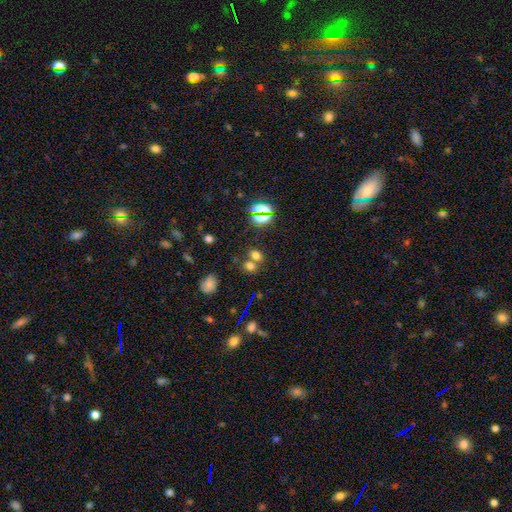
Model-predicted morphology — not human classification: smooth_or_featured: smooth (p=0.60) [alt: star or artifact p=0.30]
how_rounded: in between (p=0.53) [alt: round p=0.45]
merging: none (p=0.47) [alt: merger p=0.42]